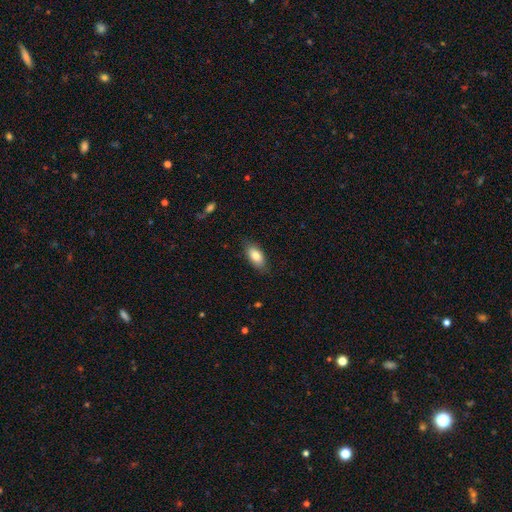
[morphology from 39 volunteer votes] type=smooth (77%); roundness=in between (83%); merging=none (91%).